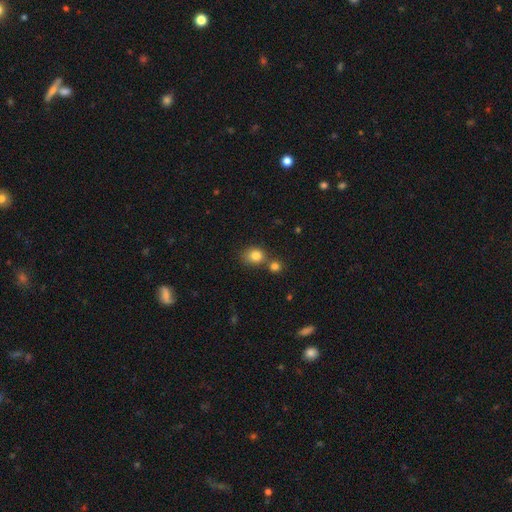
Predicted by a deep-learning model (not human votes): The model was most divided on "merging": none: 56%, merger: 28%, minor disturbance: 12%, major disturbance: 4%. More confident: smooth or featured — smooth (82%); how rounded — round (69%).